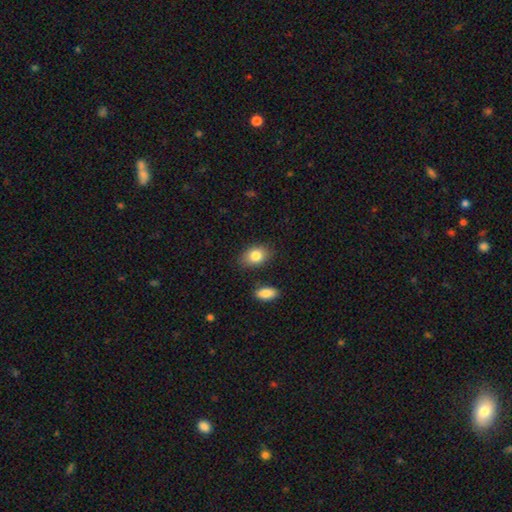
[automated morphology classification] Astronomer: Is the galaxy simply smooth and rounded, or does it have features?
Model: smooth — 83%.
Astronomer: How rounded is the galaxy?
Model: in between — 80%.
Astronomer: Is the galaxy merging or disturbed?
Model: none — 81%.